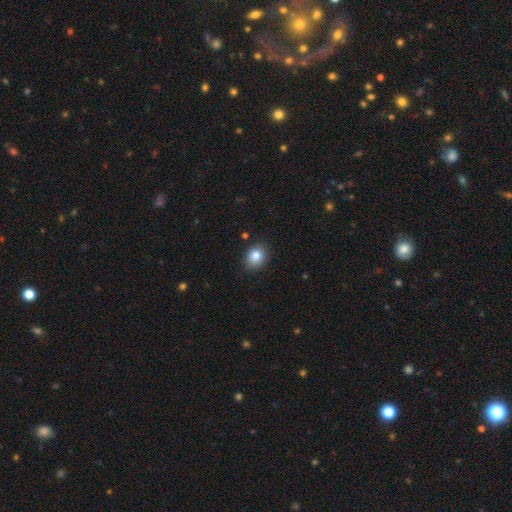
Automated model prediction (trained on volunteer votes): A smooth galaxy with no disk features (84%) that is round (52%).

Vote fractions:
- Smooth or featured? smooth: 84% / star or artifact: 9% / featured or disk: 7%
- How rounded? round: 52% / in between: 47% / cigar-shaped: 1%
- Merging? none: 88% / minor disturbance: 9% / major disturbance: 2% / merger: 1%